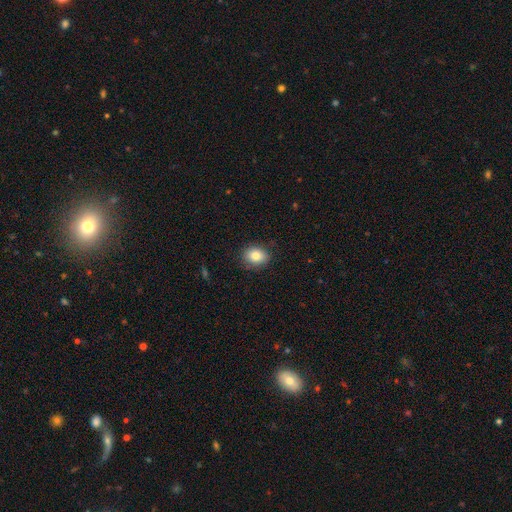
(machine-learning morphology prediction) smooth-or-featured: smooth: 84% | star or artifact: 9% | featured or disk: 7%
  how-rounded: in between: 51% | round: 48% | cigar-shaped: 1%
  merging: none: 86% | minor disturbance: 11% | major disturbance: 3% | merger: 1%